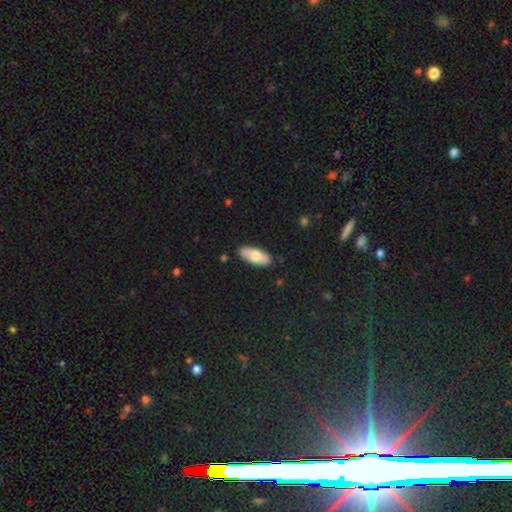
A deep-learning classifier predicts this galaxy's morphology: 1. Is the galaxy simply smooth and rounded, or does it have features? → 72% smooth, 22% featured or disk, 6% star or artifact.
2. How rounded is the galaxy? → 82% in between, 16% cigar-shaped, 2% round.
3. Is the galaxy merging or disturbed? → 85% none, 11% minor disturbance, 2% major disturbance, 2% merger.